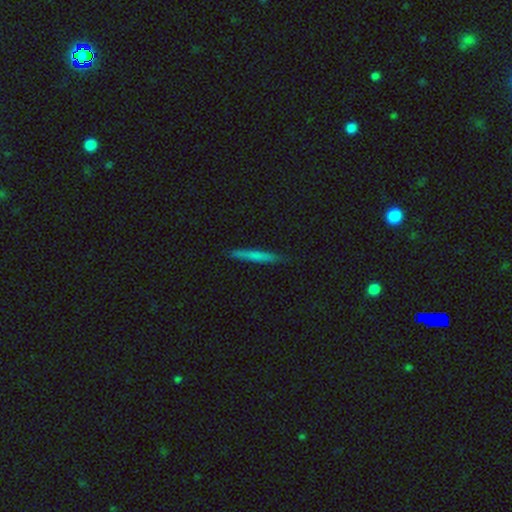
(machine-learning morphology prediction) A smooth galaxy with no disk features (67%) that is cigar-shaped (95%). Merging: none (89%).